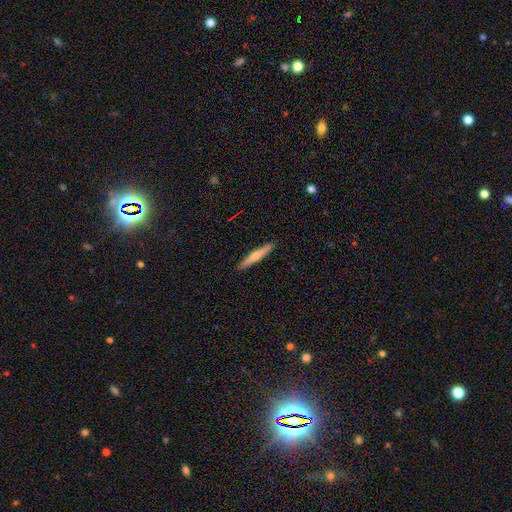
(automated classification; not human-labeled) A smooth galaxy with no disk features (62%) that is cigar-shaped (94%). Merging: none (91%).